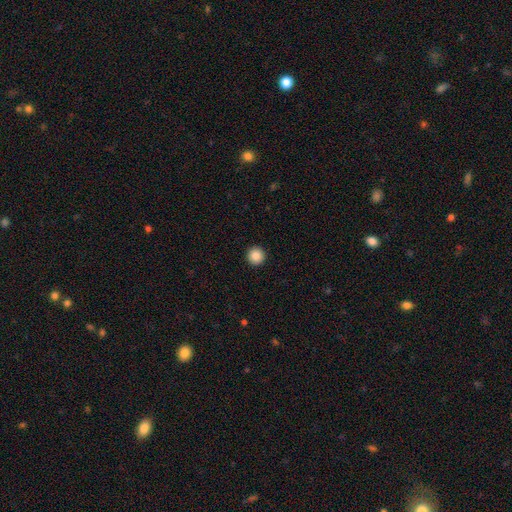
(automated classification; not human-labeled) This is clearly a smooth galaxy (87%). How rounded: clearly round (96%). Merging: clearly none (94%).